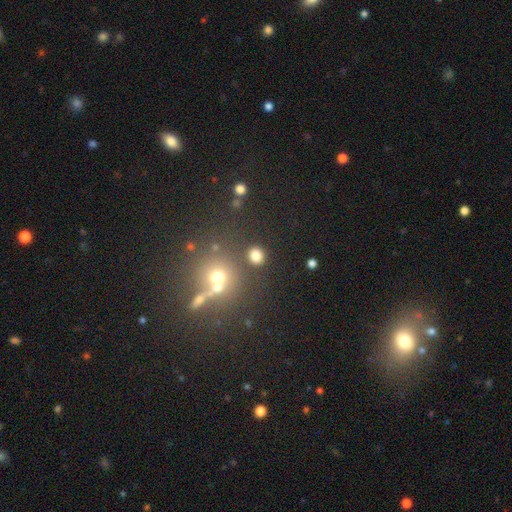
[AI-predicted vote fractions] smooth 78%, star or artifact 16%, featured or disk 6%. Down the decision tree: how rounded — round (73%); merging — none (83%).